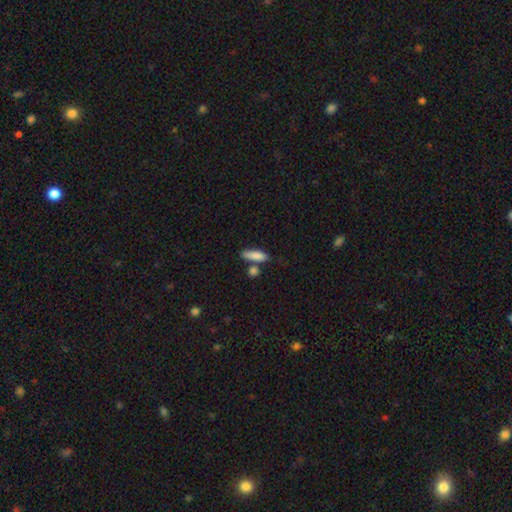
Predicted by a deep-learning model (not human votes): Smooth or featured? Predicted: smooth (p=0.85). How rounded? Predicted: in between (p=0.50). Merging? Predicted: none (p=0.64).